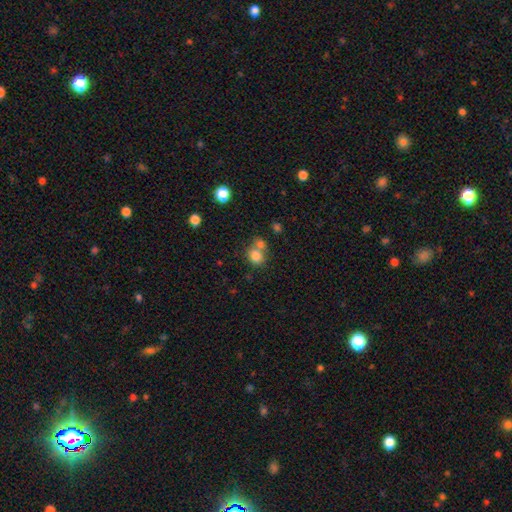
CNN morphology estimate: Overall: smooth (80%). How rounded: round (71%). Merging: none (46%; merger 41%).